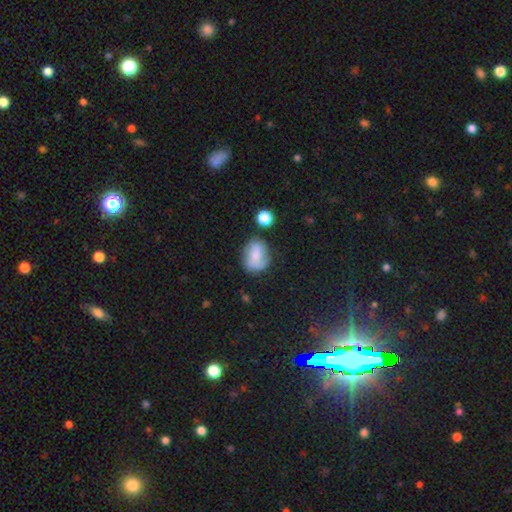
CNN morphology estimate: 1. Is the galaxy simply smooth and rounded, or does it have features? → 60% smooth, 30% featured or disk, 10% star or artifact.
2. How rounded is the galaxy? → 57% in between, 41% round, 2% cigar-shaped.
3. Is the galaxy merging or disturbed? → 55% none, 27% minor disturbance, 12% major disturbance, 6% merger.